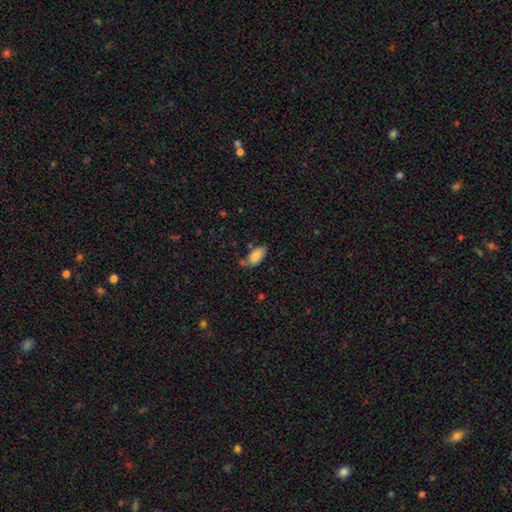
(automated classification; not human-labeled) This appears to be a smooth galaxy with no disk features (85%) that is in between round and cigar-shaped (94%). Merging: none (61%).